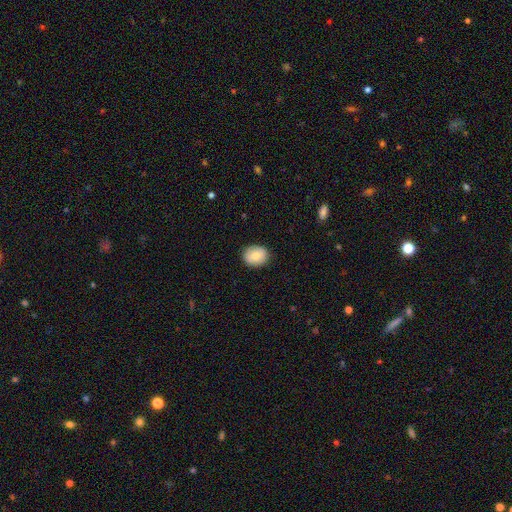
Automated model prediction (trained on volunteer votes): The model was most divided on "how rounded": round: 63%, in between: 36%, cigar-shaped: 1%. More confident: merging — none (88%); smooth or featured — smooth (74%).